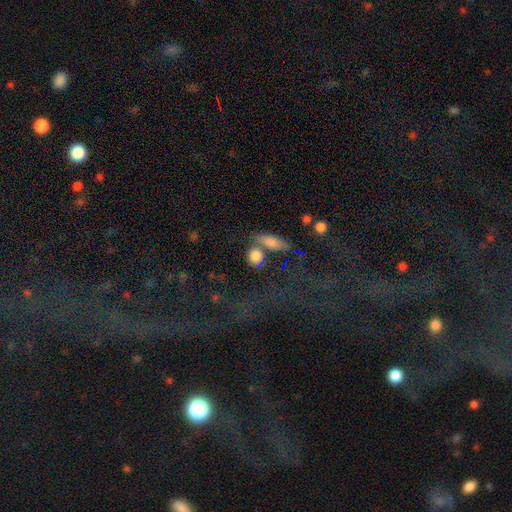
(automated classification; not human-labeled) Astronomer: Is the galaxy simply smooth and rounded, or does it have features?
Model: smooth — 82%.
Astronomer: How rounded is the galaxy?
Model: round — 65%.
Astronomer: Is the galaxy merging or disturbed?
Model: none — 61%.